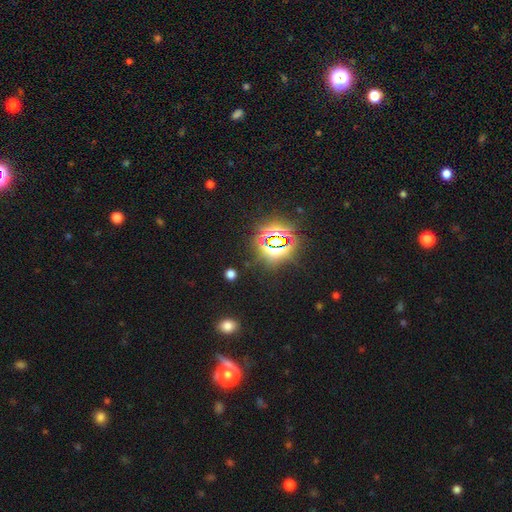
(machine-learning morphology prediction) Overall: star or artifact (81%).